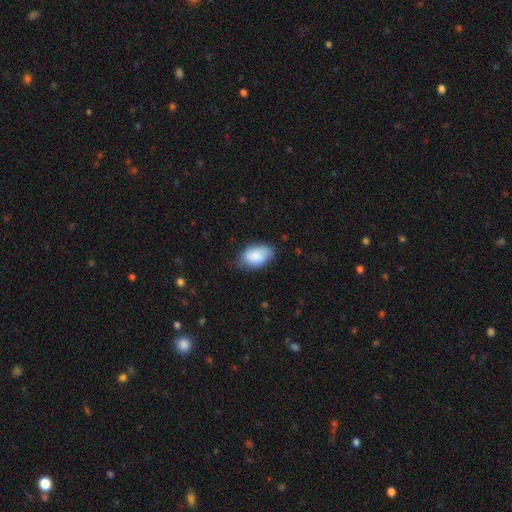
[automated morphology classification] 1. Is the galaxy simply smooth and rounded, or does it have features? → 81% smooth, 13% featured or disk, 7% star or artifact.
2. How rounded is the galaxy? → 89% in between, 10% round, 1% cigar-shaped.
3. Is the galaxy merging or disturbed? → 62% none, 30% minor disturbance, 6% major disturbance, 1% merger.